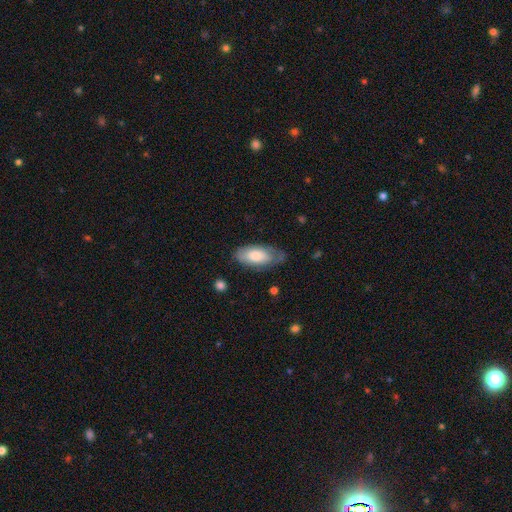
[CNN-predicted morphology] Smooth or featured?
  - smooth: 70% *
  - featured or disk: 24%
  - star or artifact: 6%
How rounded?
  - in between: 90% *
  - cigar-shaped: 8%
  - round: 2%
Merging?
  - none: 60% *
  - minor disturbance: 29%
  - major disturbance: 10%
  - merger: 2%